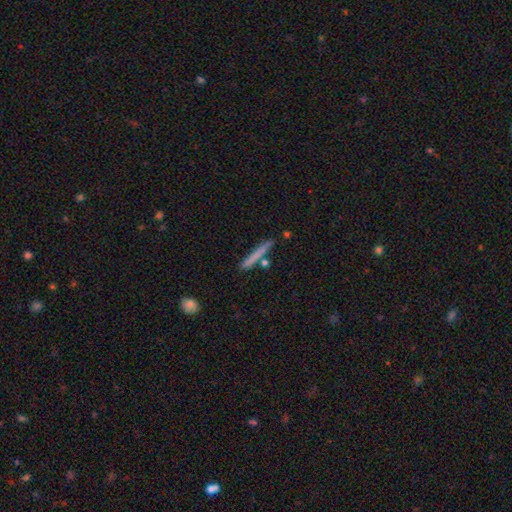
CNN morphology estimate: Smooth or featured?
  - smooth: 68% *
  - featured or disk: 25%
  - star or artifact: 6%
How rounded?
  - cigar-shaped: 95% *
  - in between: 3%
  - round: 2%
Merging?
  - none: 84% *
  - minor disturbance: 10%
  - merger: 5%
  - major disturbance: 2%